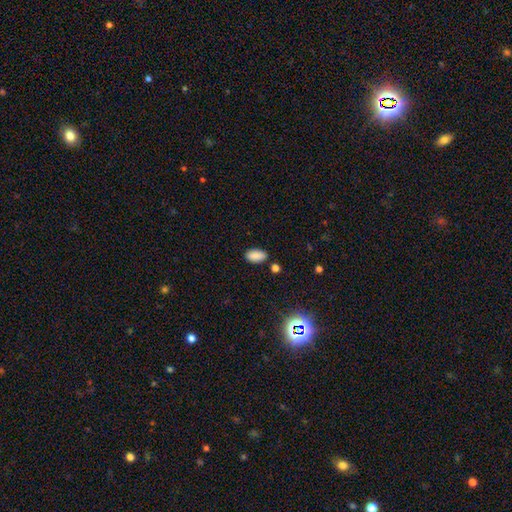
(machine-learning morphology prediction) type=smooth (86%); roundness=in between (93%); merging=none (83%).